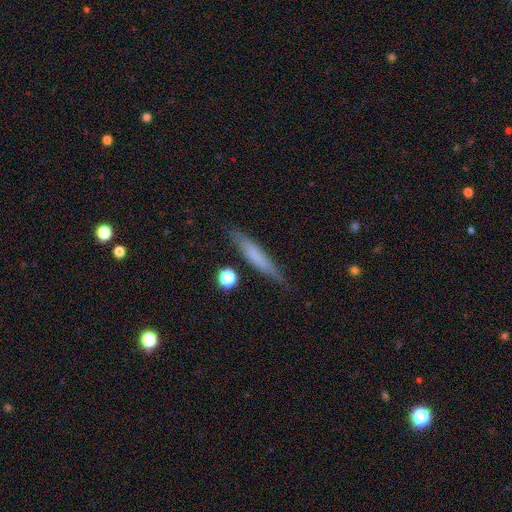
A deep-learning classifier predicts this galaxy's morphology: smooth 63%, featured or disk 30%, star or artifact 7%. Down the decision tree: how rounded — cigar-shaped (91%); merging — none (79%).